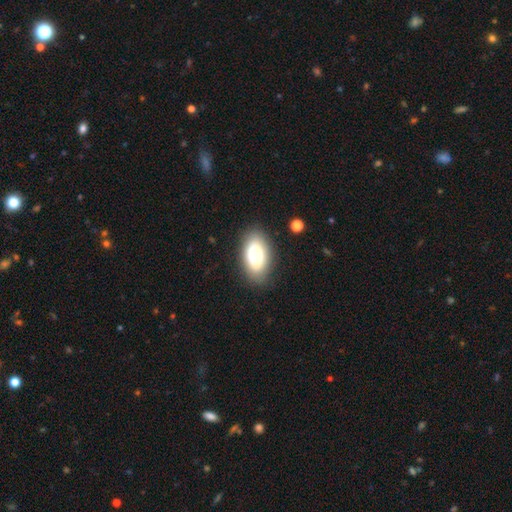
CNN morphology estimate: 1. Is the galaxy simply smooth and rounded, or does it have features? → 75% smooth, 18% featured or disk, 7% star or artifact.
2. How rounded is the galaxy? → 93% in between, 5% round, 2% cigar-shaped.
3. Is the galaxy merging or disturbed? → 81% none, 13% minor disturbance, 4% major disturbance, 2% merger.